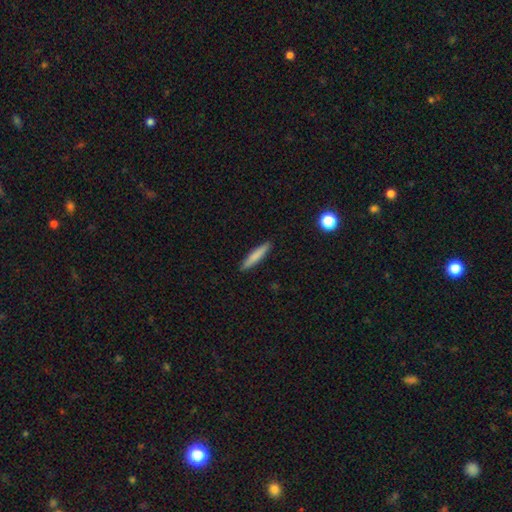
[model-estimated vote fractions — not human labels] Smooth or featured? Predicted: smooth (p=0.79). How rounded? Predicted: cigar-shaped (p=0.91). Merging? Predicted: none (p=0.91).